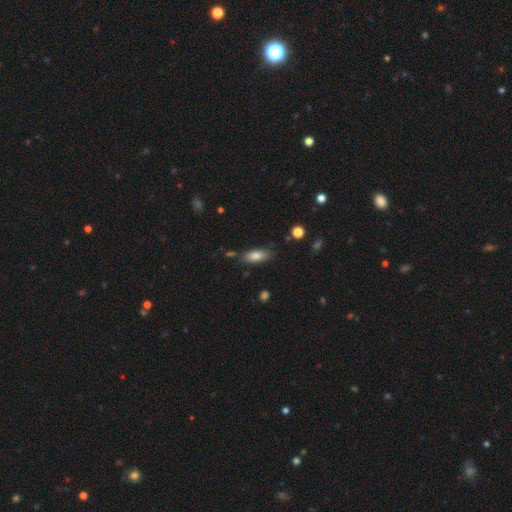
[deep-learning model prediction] Smooth or featured?
  - smooth: 81% *
  - featured or disk: 11%
  - star or artifact: 8%
How rounded?
  - in between: 78% *
  - cigar-shaped: 20%
  - round: 3%
Merging?
  - none: 74% *
  - minor disturbance: 17%
  - merger: 5%
  - major disturbance: 4%